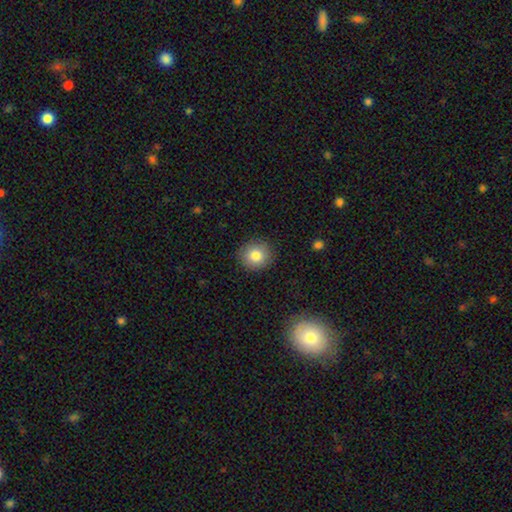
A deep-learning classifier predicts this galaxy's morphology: Q: Smooth or featured?
A: smooth (82%); runner-up: star or artifact (9%)
Q: How rounded?
A: round (88%); runner-up: in between (11%)
Q: Merging?
A: none (90%); runner-up: minor disturbance (7%)